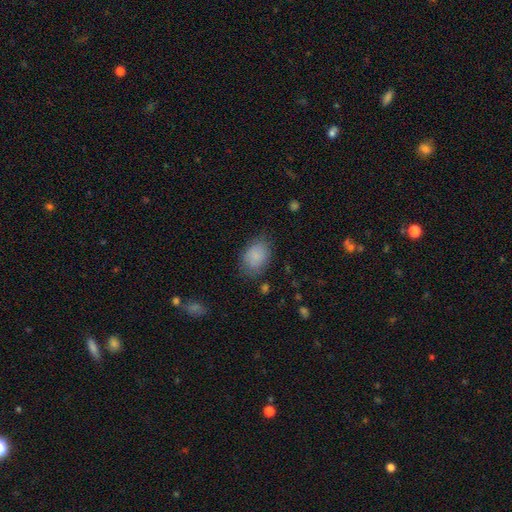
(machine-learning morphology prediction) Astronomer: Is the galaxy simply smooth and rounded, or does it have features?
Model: smooth — 82%.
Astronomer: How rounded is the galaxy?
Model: in between — 77%.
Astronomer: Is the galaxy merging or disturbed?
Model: none — 70%.